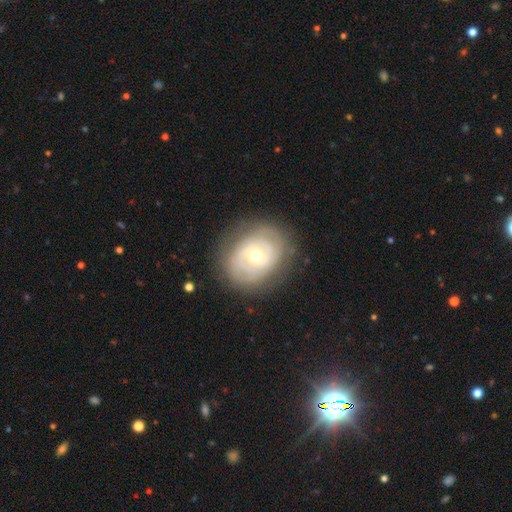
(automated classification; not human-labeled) smooth-or-featured: featured or disk: 69% | smooth: 25% | star or artifact: 6%
  disk-edge-on: no: 96% | yes: 4%
    bar: no: 79% | weak: 16% | strong: 5%
    has-spiral-arms: yes: 62% | no: 38%
    bulge-size: moderate: 62% | small: 33% | large: 3% | dominant: 1% | none: 1%
  merging: none: 76% | minor disturbance: 16% | major disturbance: 7% | merger: 1%